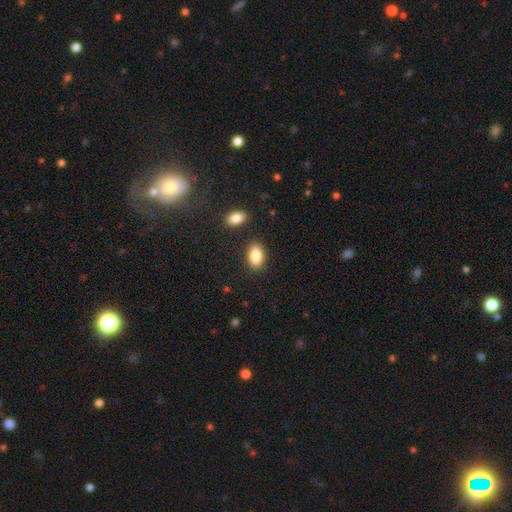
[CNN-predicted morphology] Overall: smooth (86%). How rounded: in between (90%). Merging: none (85%).